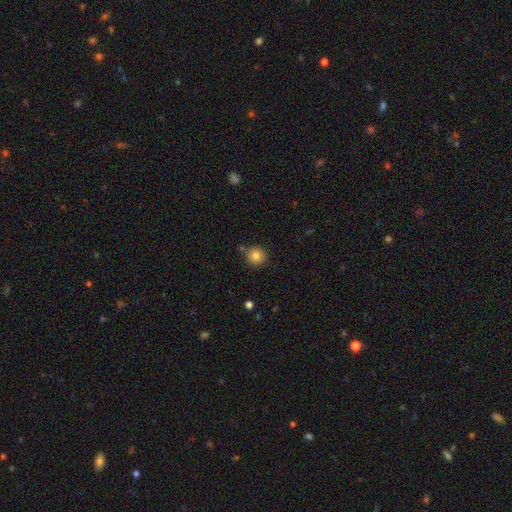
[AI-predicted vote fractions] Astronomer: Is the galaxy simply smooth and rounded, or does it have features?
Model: smooth — 83%.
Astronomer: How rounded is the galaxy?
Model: round — 92%.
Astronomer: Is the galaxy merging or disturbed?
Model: none — 83%.